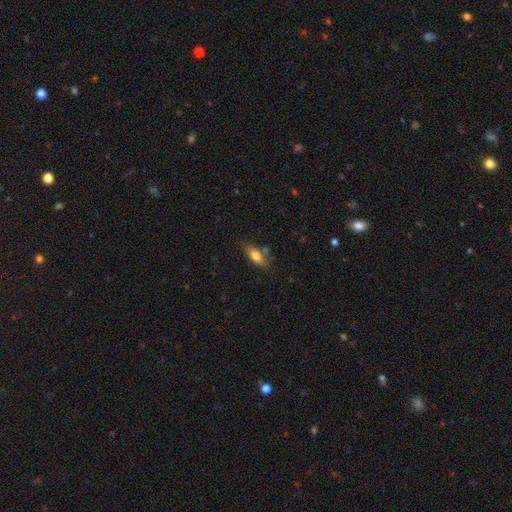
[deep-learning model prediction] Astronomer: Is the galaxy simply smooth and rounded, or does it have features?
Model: smooth — 73%.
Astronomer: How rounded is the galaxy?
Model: in between — 72%.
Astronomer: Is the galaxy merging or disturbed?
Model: none — 69%.